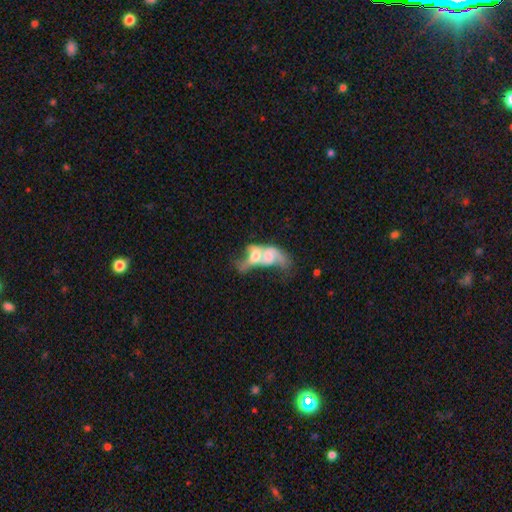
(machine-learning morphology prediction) This appears to be a featured or disk galaxy (60%) with no bar (70%), spiral arms (61%) and a moderate central bulge (46%). Merging: merger (80%).